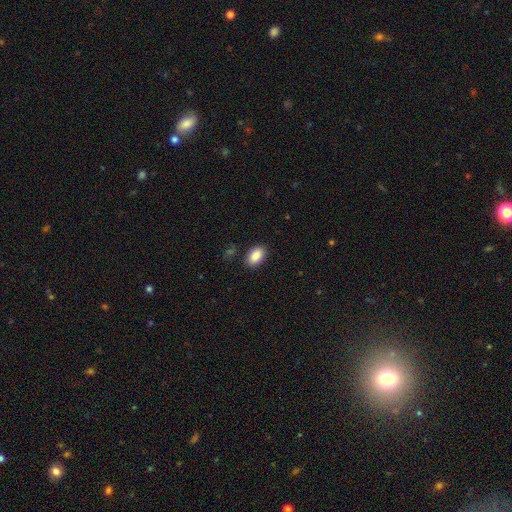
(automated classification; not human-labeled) The model was most divided on "merging": none: 87%, minor disturbance: 9%, major disturbance: 2%, merger: 2%. More confident: how rounded — in between (90%); smooth or featured — smooth (88%).